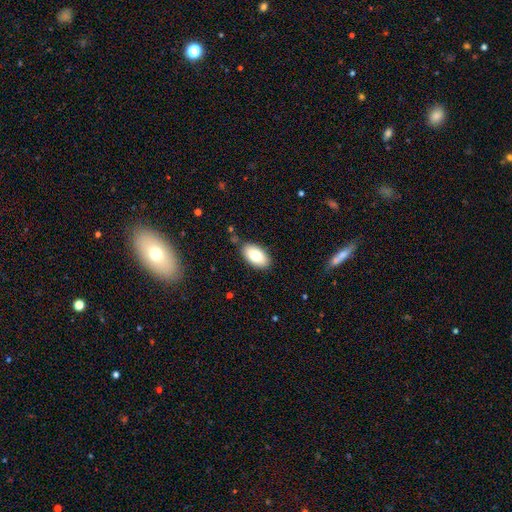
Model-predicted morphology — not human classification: smooth_or_featured: smooth (p=0.80) [alt: featured or disk p=0.13]
how_rounded: in between (p=0.95) [alt: round p=0.03]
merging: none (p=0.85) [alt: minor disturbance p=0.11]